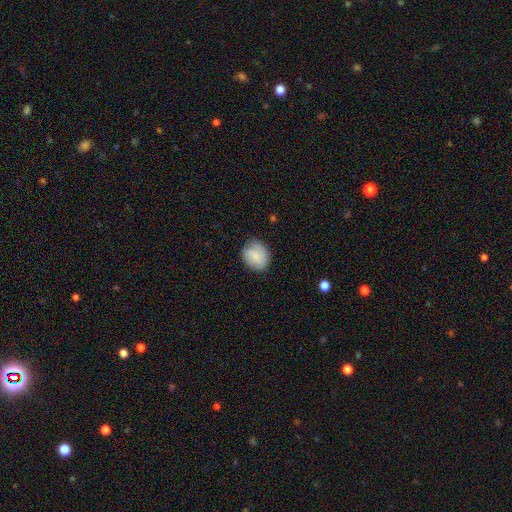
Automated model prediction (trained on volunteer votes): smooth_or_featured: smooth (p=0.77) [alt: featured or disk p=0.15]
how_rounded: round (p=0.57) [alt: in between p=0.42]
merging: none (p=0.74) [alt: minor disturbance p=0.20]